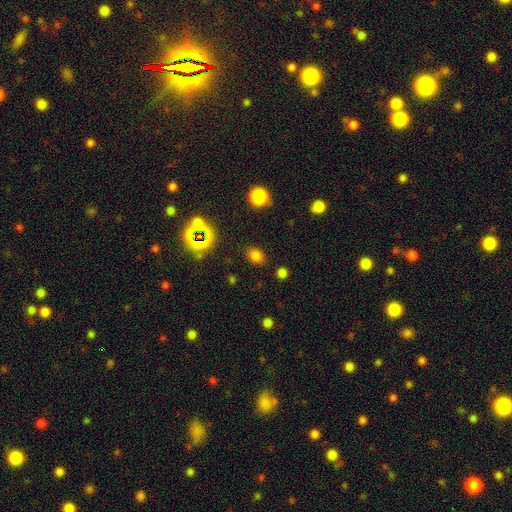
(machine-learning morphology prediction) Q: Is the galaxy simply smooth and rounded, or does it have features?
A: smooth — 72%.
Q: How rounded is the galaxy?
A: in between — 56%.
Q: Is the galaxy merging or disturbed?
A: none — 84%.